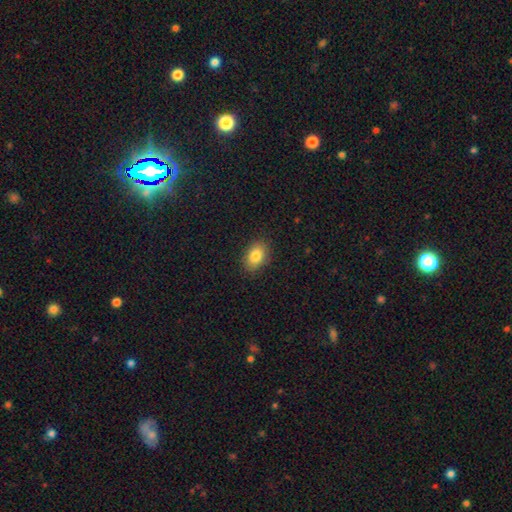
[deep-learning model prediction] This is clearly a smooth galaxy (83%). How rounded: clearly in between (84%). Merging: clearly none (87%).